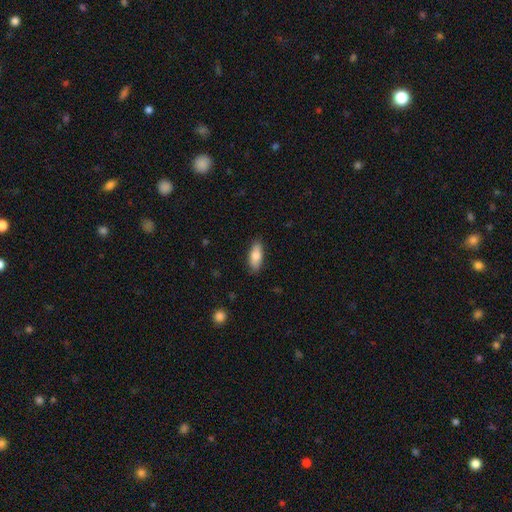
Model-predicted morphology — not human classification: Smooth or featured?
  - smooth: 77% *
  - featured or disk: 17%
  - star or artifact: 6%
How rounded?
  - in between: 79% *
  - cigar-shaped: 18%
  - round: 3%
Merging?
  - none: 87% *
  - minor disturbance: 10%
  - major disturbance: 2%
  - merger: 1%